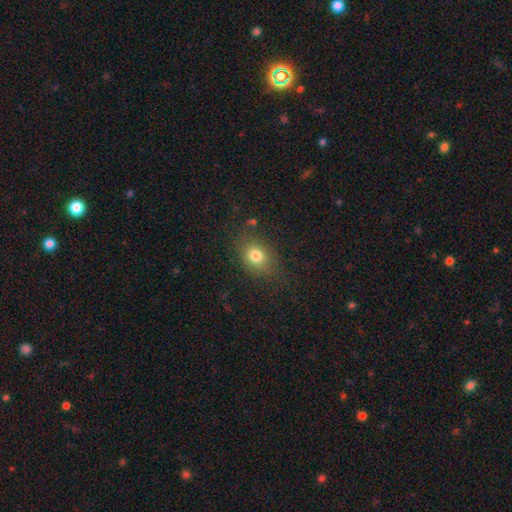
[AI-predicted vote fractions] The model was most divided on "how rounded": round: 50%, in between: 49%, cigar-shaped: 1%. More confident: merging — none (79%); smooth or featured — smooth (78%).